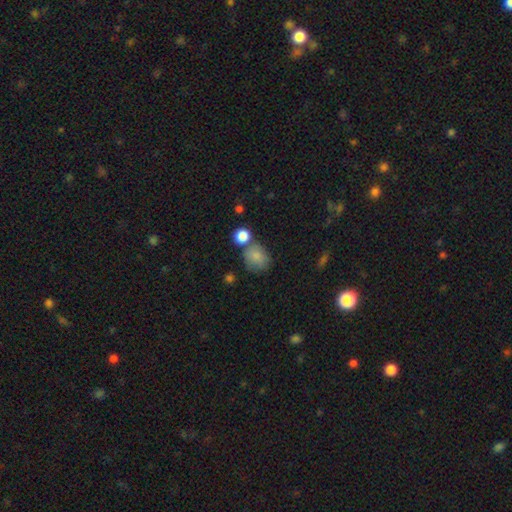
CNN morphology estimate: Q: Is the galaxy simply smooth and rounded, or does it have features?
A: smooth — 82%.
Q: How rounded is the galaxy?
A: round — 62%.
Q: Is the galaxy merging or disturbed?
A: none — 56%.